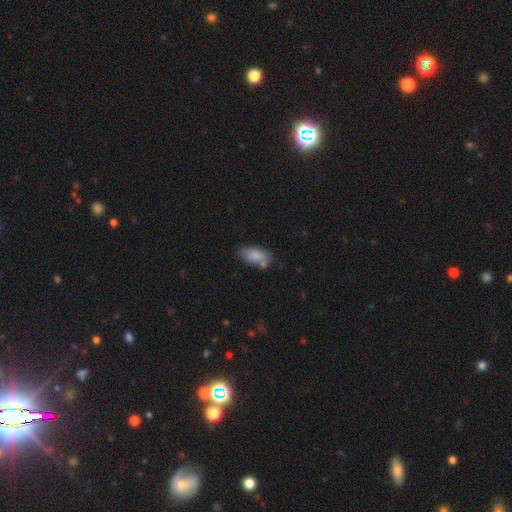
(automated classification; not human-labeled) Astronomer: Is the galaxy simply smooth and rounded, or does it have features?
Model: smooth — 83%.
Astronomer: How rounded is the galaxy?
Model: in between — 88%.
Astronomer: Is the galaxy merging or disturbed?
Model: none — 60%.